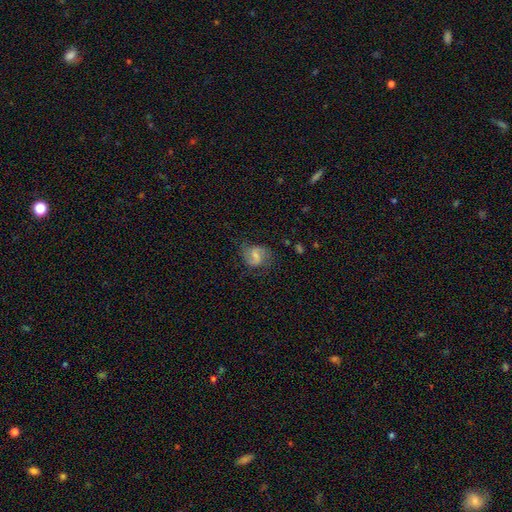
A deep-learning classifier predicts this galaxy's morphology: smooth_or_featured: featured or disk (p=0.61) [alt: smooth p=0.31]
disk_edge_on: no (p=0.97) [alt: yes p=0.03]
bar: weak (p=0.52) [alt: strong p=0.29]
has_spiral_arms: yes (p=0.88) [alt: no p=0.12]
spiral_winding: medium (p=0.45) [alt: loose p=0.41]
spiral_arm_count: 2 (p=0.87) [alt: can't tell p=0.07]
bulge_size: small (p=0.42) [alt: moderate p=0.31]
merging: none (p=0.68) [alt: minor disturbance p=0.20]